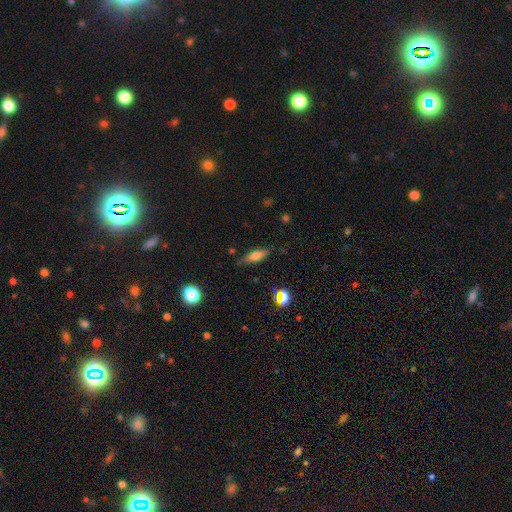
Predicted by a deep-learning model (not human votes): Smooth or featured: smooth — 54% (featured or disk — 35%)
How rounded: cigar-shaped — 52% (in between — 44%)
Merging: none — 79% (minor disturbance — 15%)